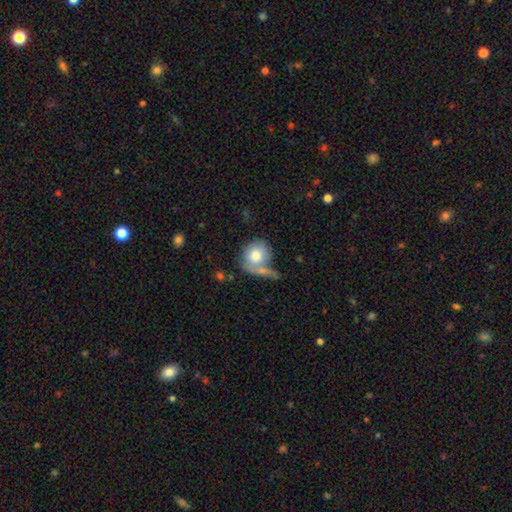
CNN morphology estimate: smooth 76%, featured or disk 17%, star or artifact 6%. Down the decision tree: how rounded — round (80%); merging — none (40%).